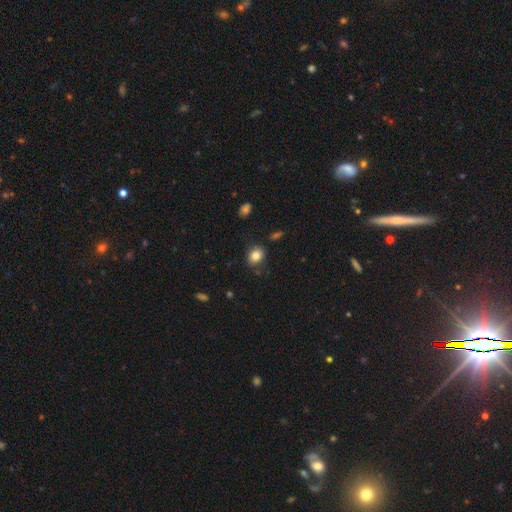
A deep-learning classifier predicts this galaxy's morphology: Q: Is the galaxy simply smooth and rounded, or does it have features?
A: smooth — 83%.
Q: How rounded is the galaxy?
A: round — 50%.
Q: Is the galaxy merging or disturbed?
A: none — 81%.